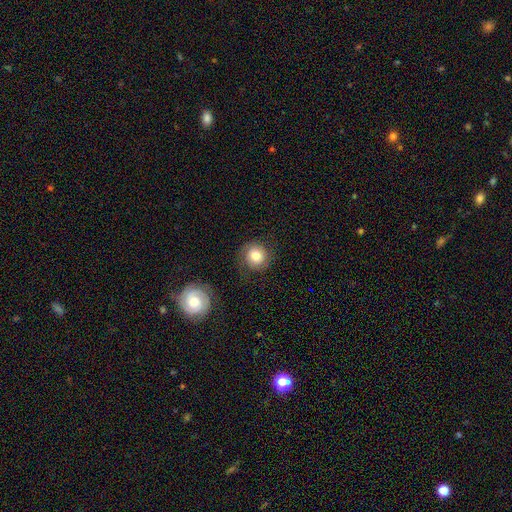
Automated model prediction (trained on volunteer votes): Smooth or featured?
  - smooth: 66% *
  - featured or disk: 24%
  - star or artifact: 10%
How rounded?
  - round: 91% *
  - in between: 8%
  - cigar-shaped: 1%
Merging?
  - none: 76% *
  - minor disturbance: 14%
  - major disturbance: 8%
  - merger: 2%